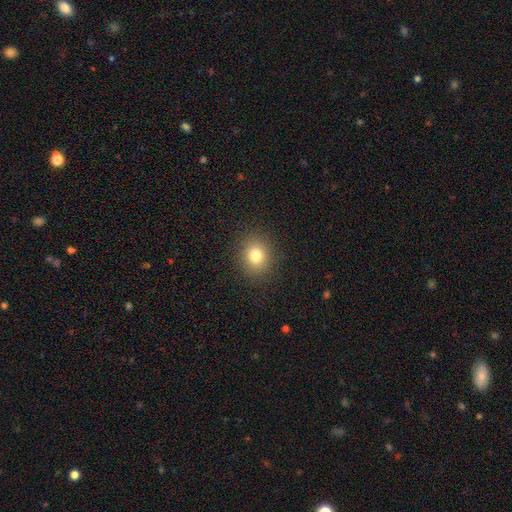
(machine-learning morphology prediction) Overall: smooth (80%). How rounded: round (74%). Merging: none (90%).